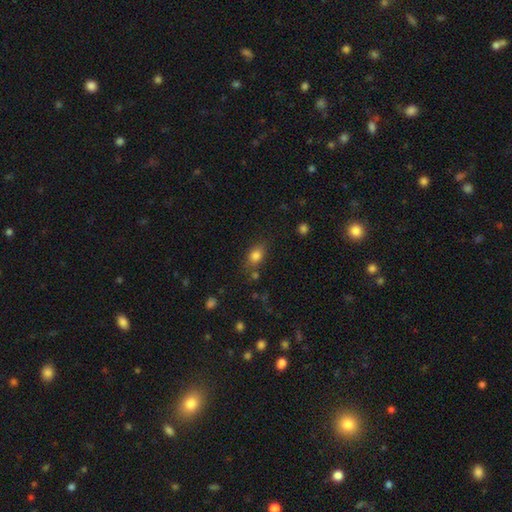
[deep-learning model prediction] smooth-or-featured: smooth: 81% | star or artifact: 10% | featured or disk: 8%
  how-rounded: in between: 72% | round: 25% | cigar-shaped: 3%
  merging: none: 72% | minor disturbance: 17% | merger: 7% | major disturbance: 5%